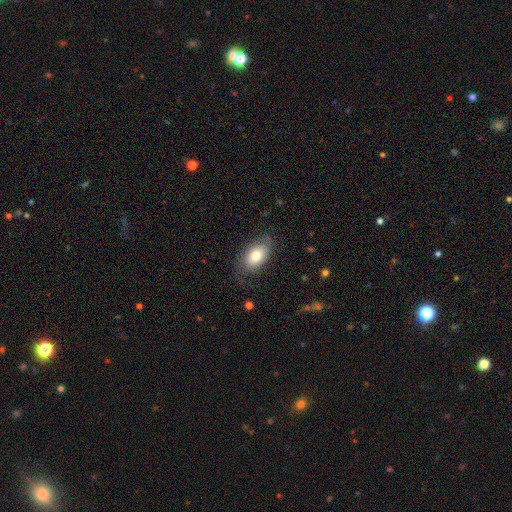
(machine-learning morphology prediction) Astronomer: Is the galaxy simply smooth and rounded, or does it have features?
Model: smooth — 74%.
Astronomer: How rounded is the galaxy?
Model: in between — 91%.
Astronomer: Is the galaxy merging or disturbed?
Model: none — 68%.